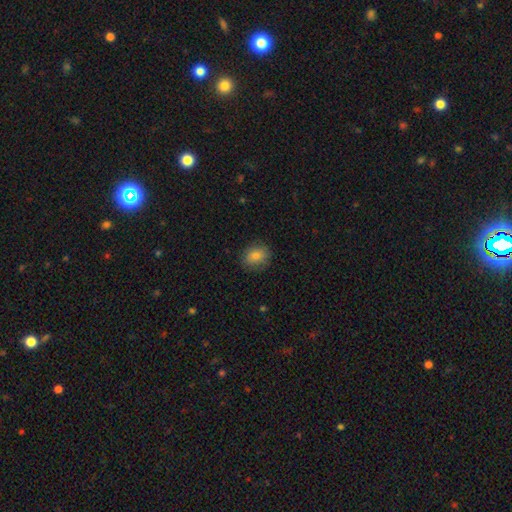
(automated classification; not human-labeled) Q: Smooth or featured?
A: smooth (81%); runner-up: star or artifact (9%)
Q: How rounded?
A: round (58%); runner-up: in between (41%)
Q: Merging?
A: none (85%); runner-up: minor disturbance (11%)